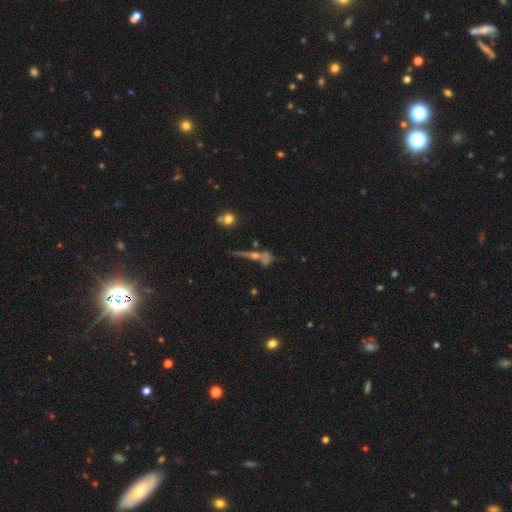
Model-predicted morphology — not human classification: Overall: featured or disk (47%; smooth 29%). Merging: none (46%; merger 26%).